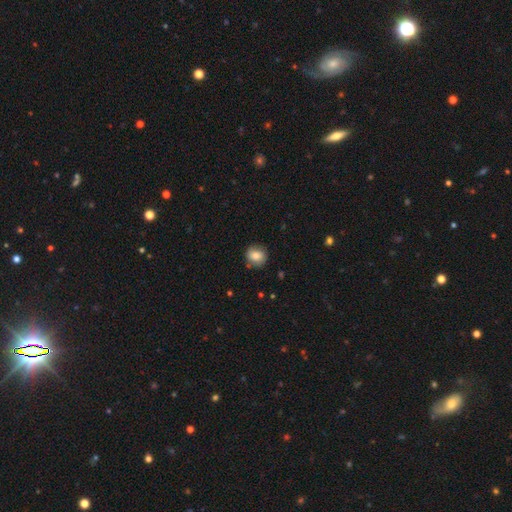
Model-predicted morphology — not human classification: This appears to be a smooth galaxy with no disk features (77%) that is round (82%). Merging: none (82%).